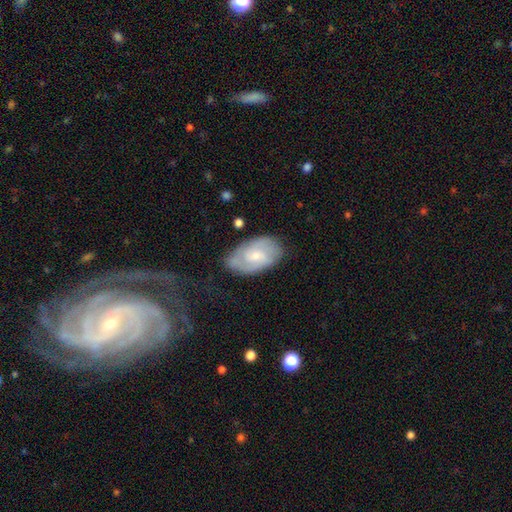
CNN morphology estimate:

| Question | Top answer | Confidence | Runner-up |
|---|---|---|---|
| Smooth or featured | featured or disk | 65% | smooth (29%) |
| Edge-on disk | no | 95% | yes (5%) |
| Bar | no | 48% | weak (45%) |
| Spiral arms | yes | 90% | no (10%) |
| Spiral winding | tight | 46% | medium (41%) |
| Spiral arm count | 2 | 56% | can't tell (24%) |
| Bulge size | small | 56% | moderate (37%) |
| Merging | none | 72% | minor disturbance (21%) |